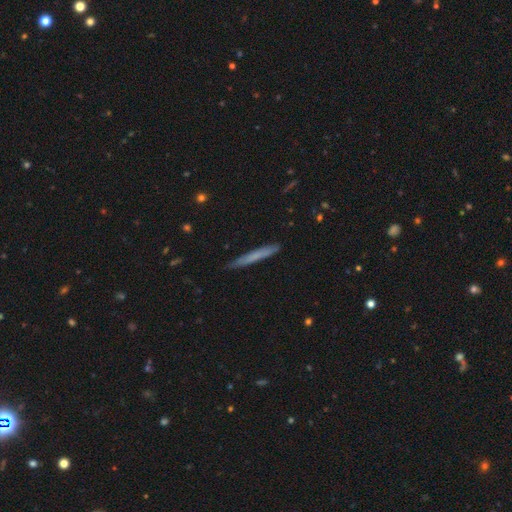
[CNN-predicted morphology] Q: Smooth or featured?
A: smooth (63%); runner-up: featured or disk (30%)
Q: How rounded?
A: cigar-shaped (96%); runner-up: in between (3%)
Q: Merging?
A: none (86%); runner-up: minor disturbance (11%)